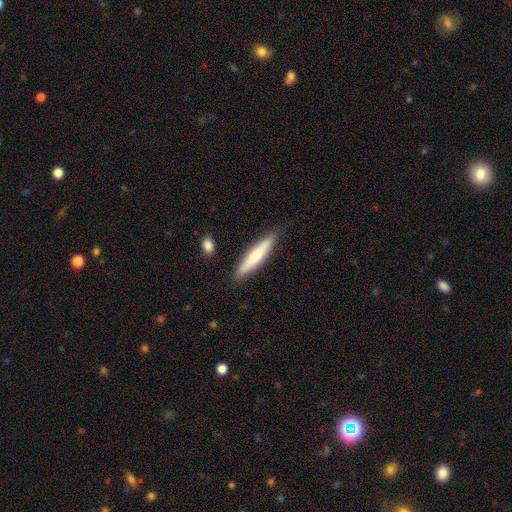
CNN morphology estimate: Smooth or featured: smooth — 61% (featured or disk — 33%)
How rounded: cigar-shaped — 87% (in between — 11%)
Merging: none — 87% (minor disturbance — 9%)